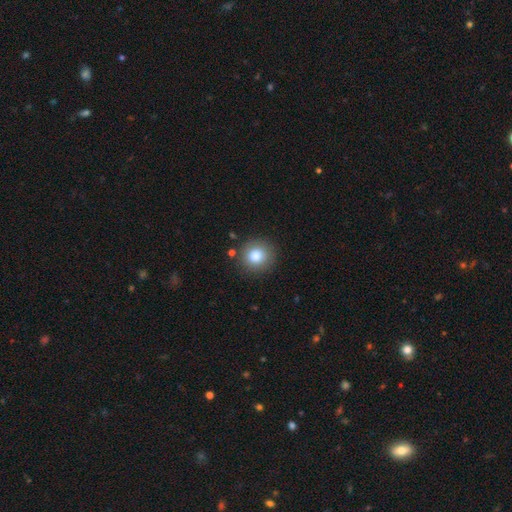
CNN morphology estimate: Q: Smooth or featured?
A: smooth (84%); runner-up: star or artifact (10%)
Q: How rounded?
A: round (91%); runner-up: in between (8%)
Q: Merging?
A: none (86%); runner-up: minor disturbance (8%)